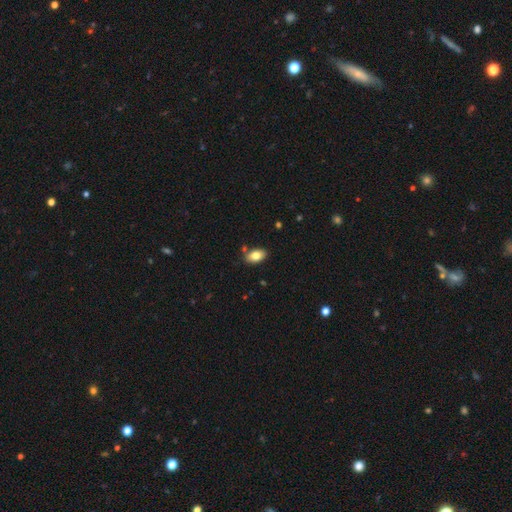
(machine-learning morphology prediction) This appears to be a smooth galaxy with no disk features (81%) that is in between round and cigar-shaped (92%). Merging: none (81%).